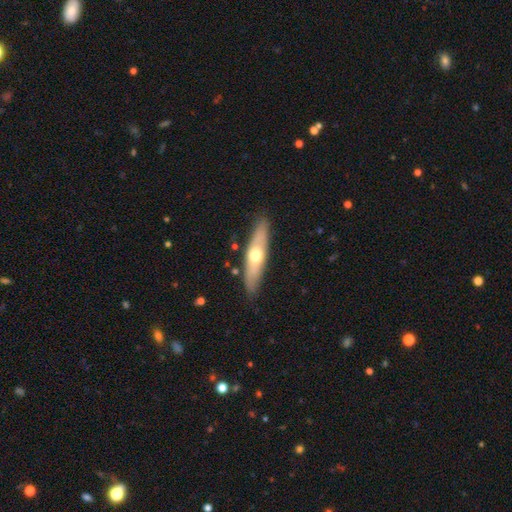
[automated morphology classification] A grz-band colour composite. It shows a smooth galaxy with no disk features (49%). Merging: none (86%).